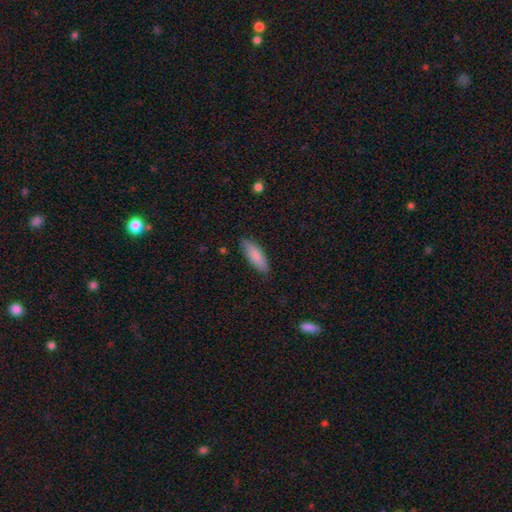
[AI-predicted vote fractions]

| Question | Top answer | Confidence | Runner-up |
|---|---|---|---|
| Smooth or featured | smooth | 85% | featured or disk (10%) |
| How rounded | in between | 58% | cigar-shaped (40%) |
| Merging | none | 84% | minor disturbance (13%) |